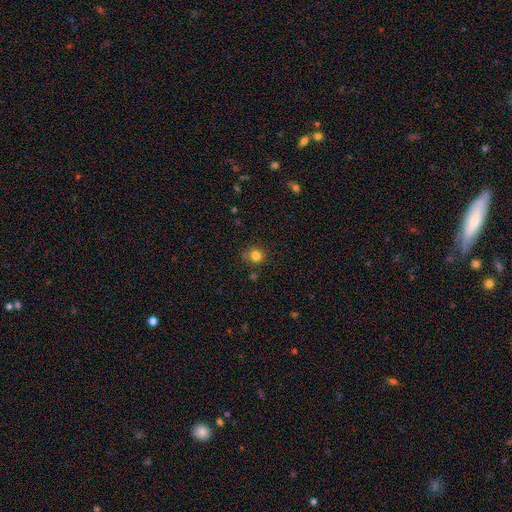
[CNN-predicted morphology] A smooth galaxy with no disk features (82%) that is round (91%).

Vote fractions:
- Smooth or featured? smooth: 82% / star or artifact: 13% / featured or disk: 5%
- How rounded? round: 91% / in between: 8% / cigar-shaped: 1%
- Merging? none: 81% / minor disturbance: 11% / merger: 4% / major disturbance: 3%